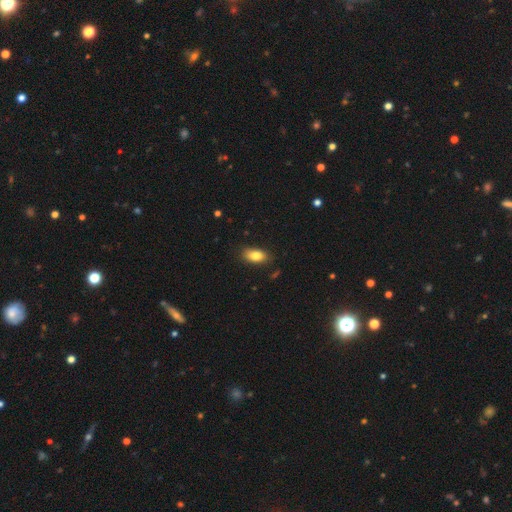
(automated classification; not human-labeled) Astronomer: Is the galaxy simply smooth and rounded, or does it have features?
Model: smooth — 83%.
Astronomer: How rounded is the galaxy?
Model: in between — 90%.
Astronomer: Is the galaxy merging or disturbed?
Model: none — 83%.